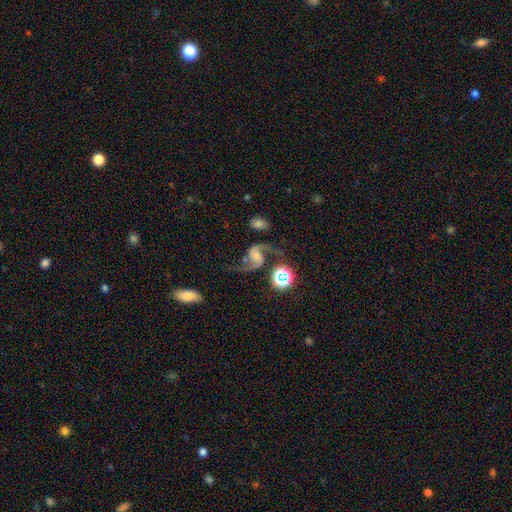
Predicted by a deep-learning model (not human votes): This is clearly a featured or disk galaxy (87%). It is clearly not viewed edge-on (98%). Bar: possibly no (46%). Spiral arm pattern: clearly yes (97%). Spiral arm count: clearly 2 (94%). Spiral winding: likely loose (79%). Central bulge: marginally none (31%). Merging: likely none (67%).